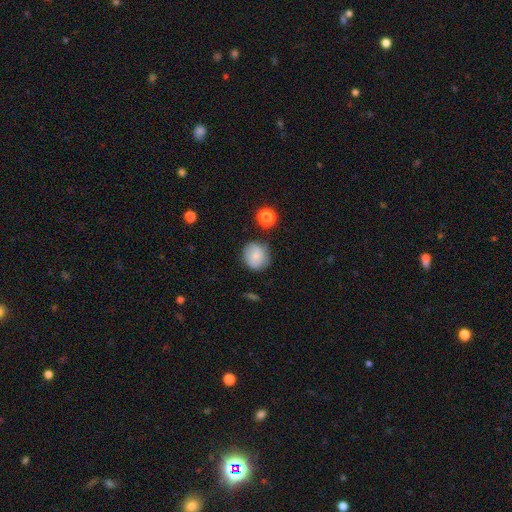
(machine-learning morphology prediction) Overall: smooth (72%). How rounded: round (84%). Merging: none (74%).